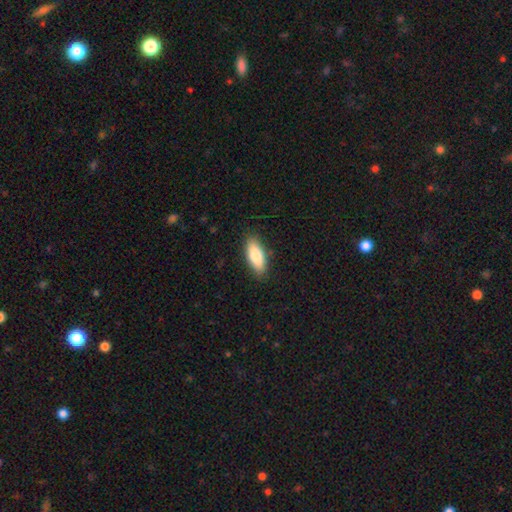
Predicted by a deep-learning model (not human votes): A smooth galaxy with no disk features (82%) that is in between round and cigar-shaped (78%).

Vote fractions:
- Smooth or featured? smooth: 82% / featured or disk: 12% / star or artifact: 6%
- How rounded? in between: 78% / cigar-shaped: 20% / round: 2%
- Merging? none: 86% / minor disturbance: 11% / major disturbance: 2% / merger: 1%